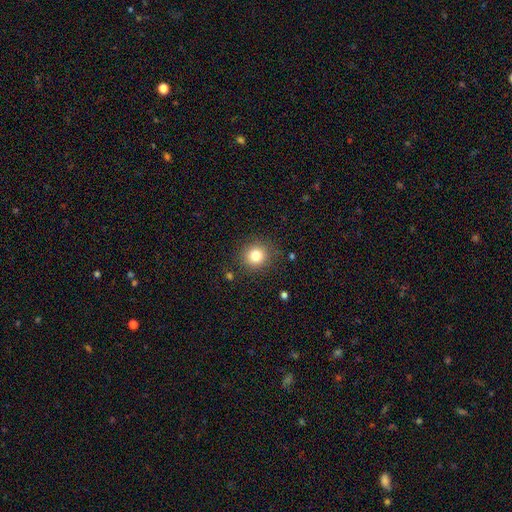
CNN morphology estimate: type=smooth (81%); roundness=round (90%); merging=none (87%).